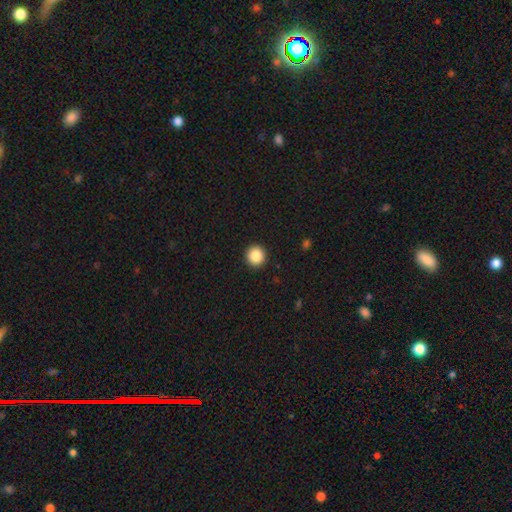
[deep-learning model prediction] Overall: smooth (87%). How rounded: round (94%). Merging: none (93%).